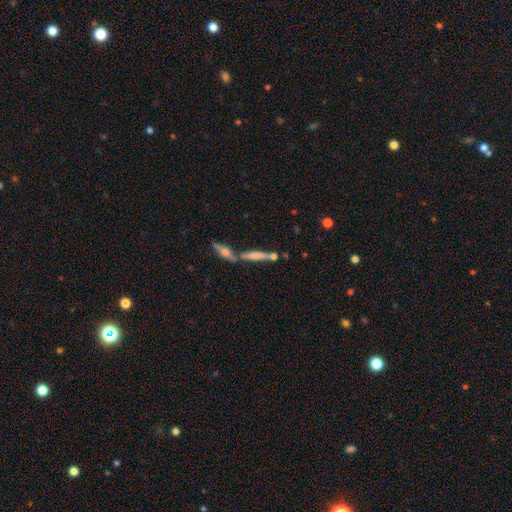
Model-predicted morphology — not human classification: smooth_or_featured: smooth (p=0.49) [alt: featured or disk p=0.42]
merging: none (p=0.55) [alt: merger p=0.31]